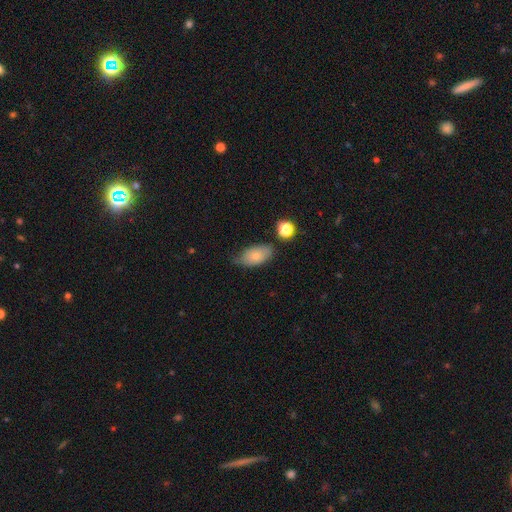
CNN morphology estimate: type=smooth (79%); roundness=in between (91%); merging=none (62%).